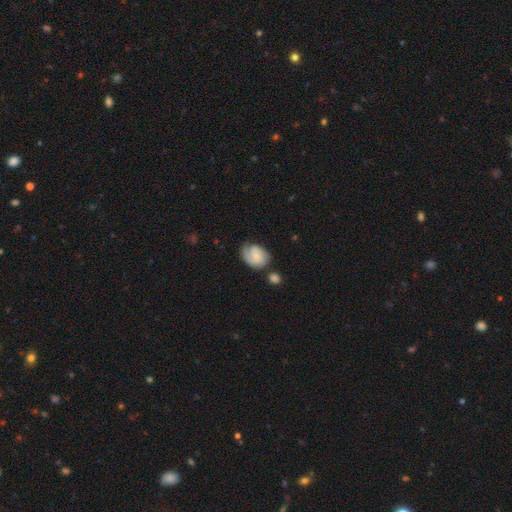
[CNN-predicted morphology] A featured or disk galaxy (53%) with no bar (54%), spiral arms (89%) and a small central bulge (57%).

Vote fractions:
- Smooth or featured? featured or disk: 53% / smooth: 40% / star or artifact: 7%
- Edge-on disk? no: 97% / yes: 3%
- Bar? no: 54% / weak: 39% / strong: 7%
- Spiral arms? yes: 89% / no: 11%
- Bulge size? small: 57% / moderate: 20% / none: 19% / large: 2% / dominant: 1%
- Merging? none: 55% / minor disturbance: 26% / major disturbance: 11% / merger: 9%